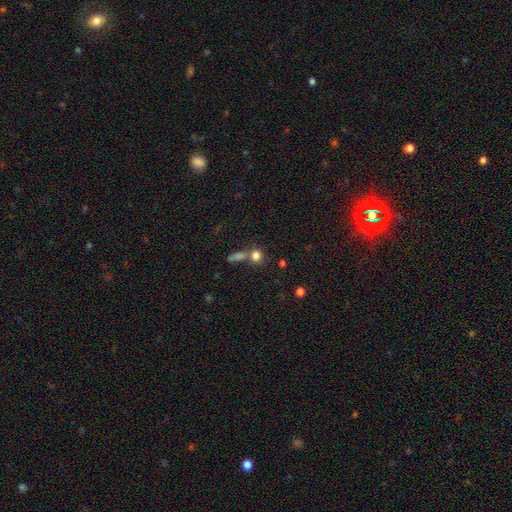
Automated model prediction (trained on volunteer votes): smooth_or_featured: smooth (p=0.79) [alt: star or artifact p=0.13]
how_rounded: round (p=0.75) [alt: in between p=0.22]
merging: none (p=0.54) [alt: merger p=0.32]